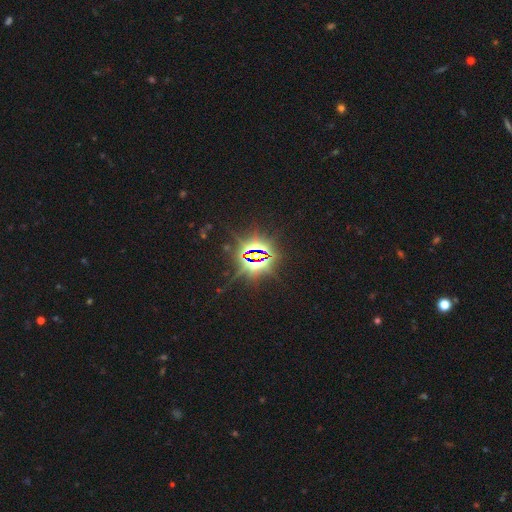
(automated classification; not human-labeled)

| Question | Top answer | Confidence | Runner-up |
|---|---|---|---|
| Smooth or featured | star or artifact | 85% | smooth (8%) |